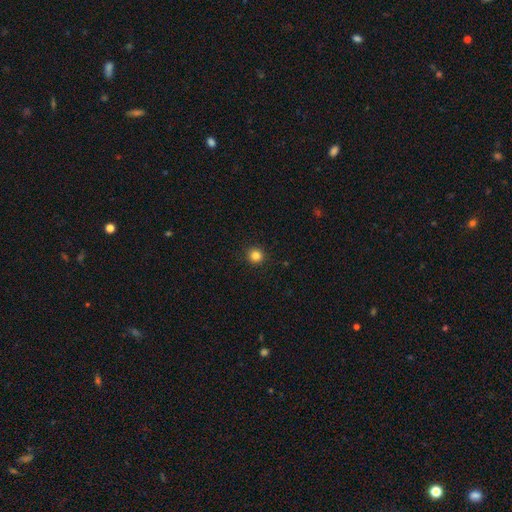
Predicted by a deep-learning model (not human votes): A smooth galaxy with no disk features (84%) that is round (94%). Merging: none (93%).